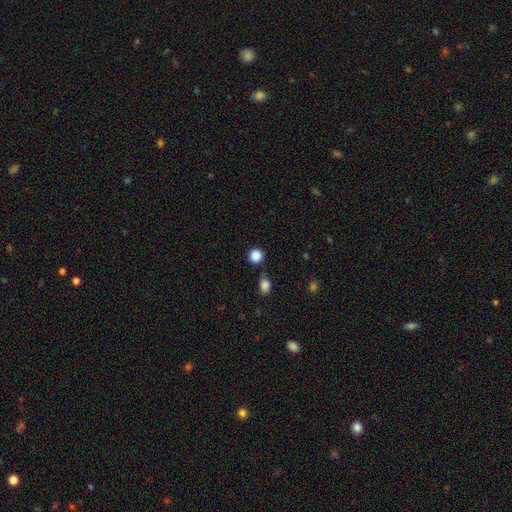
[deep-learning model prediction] A smooth galaxy with no disk features (86%) that is round (92%). Merging: none (79%).